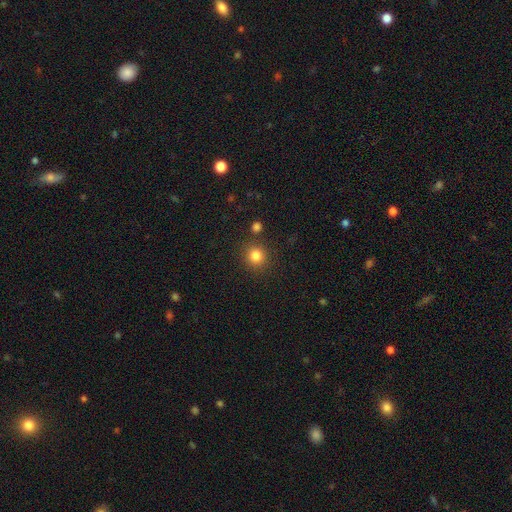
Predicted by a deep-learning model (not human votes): This is clearly a smooth galaxy (83%). How rounded: clearly round (91%). Merging: clearly none (86%).